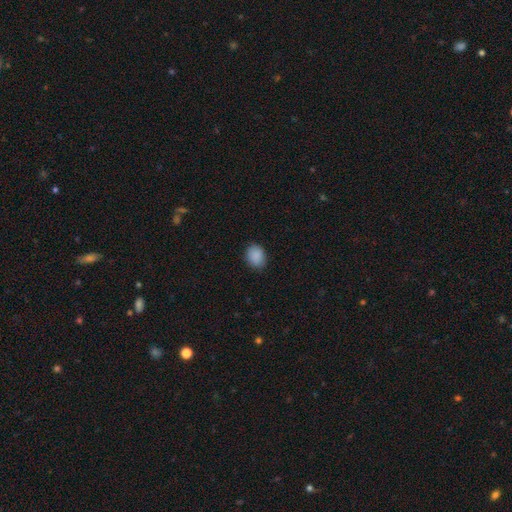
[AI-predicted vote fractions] Q: Smooth or featured?
A: smooth (89%); runner-up: star or artifact (8%)
Q: How rounded?
A: in between (60%); runner-up: round (39%)
Q: Merging?
A: none (84%); runner-up: minor disturbance (12%)